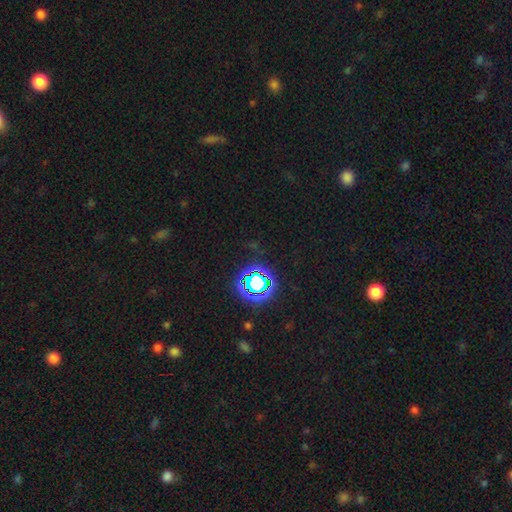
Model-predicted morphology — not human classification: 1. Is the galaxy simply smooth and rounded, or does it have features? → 78% star or artifact, 15% smooth, 7% featured or disk.